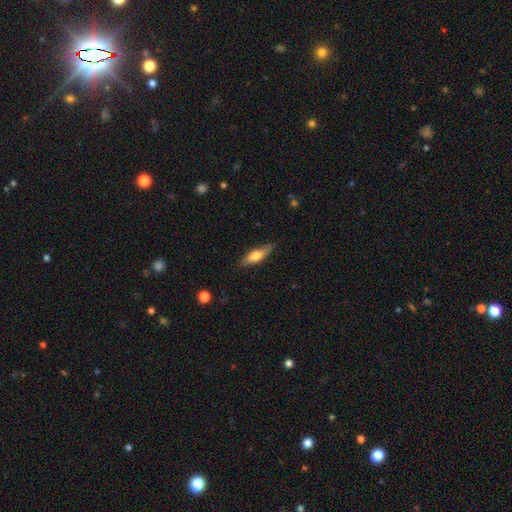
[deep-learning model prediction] This appears to be a smooth galaxy with no disk features (62%) that is cigar-shaped (55%). Merging: none (81%).